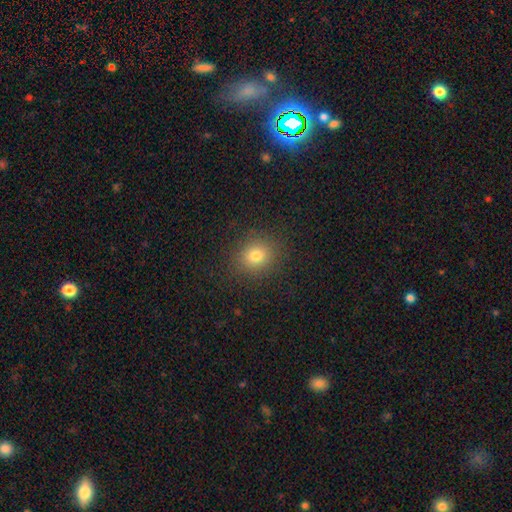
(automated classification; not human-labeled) Smooth or featured? Predicted: smooth (p=0.78). How rounded? Predicted: round (p=0.75). Merging? Predicted: none (p=0.89).